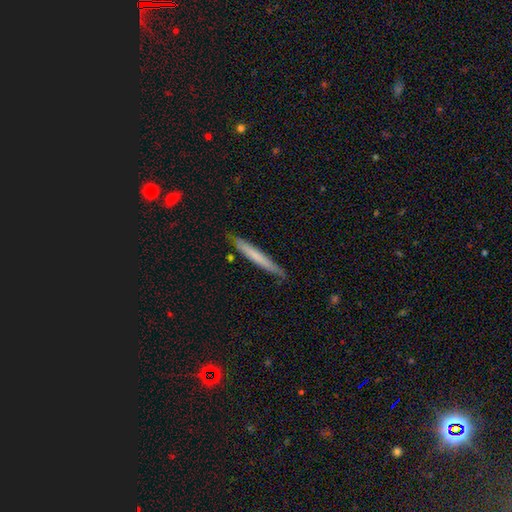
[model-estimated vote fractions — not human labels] Morphology: type=smooth (61%); roundness=cigar-shaped (97%); merging=none (85%).